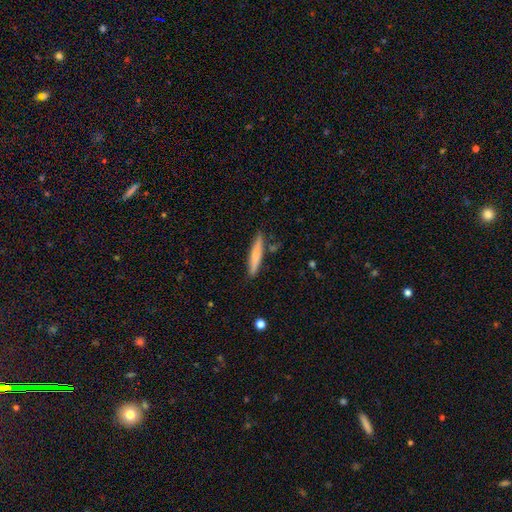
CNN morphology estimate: Q: Smooth or featured?
A: smooth (71%); runner-up: featured or disk (23%)
Q: How rounded?
A: cigar-shaped (92%); runner-up: in between (6%)
Q: Merging?
A: none (83%); runner-up: minor disturbance (11%)